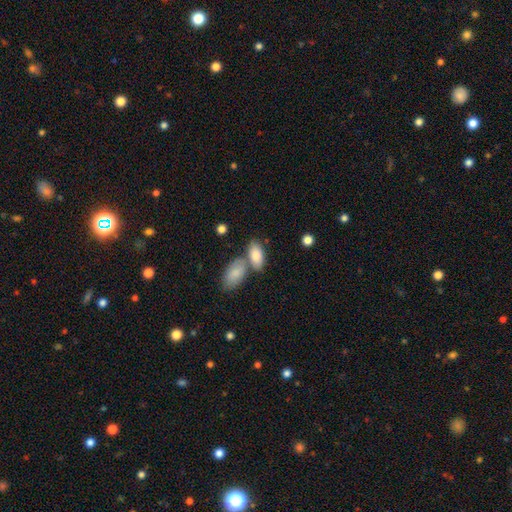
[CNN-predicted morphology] Smooth or featured? smooth (84%)
How rounded? in between (92%)
Merging? none (47%)